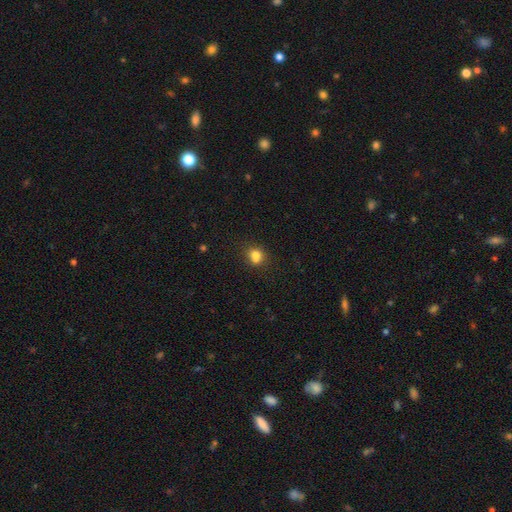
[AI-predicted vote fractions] A smooth galaxy with no disk features (77%) that is round (69%).

Vote fractions:
- Smooth or featured? smooth: 77% / star or artifact: 13% / featured or disk: 11%
- How rounded? round: 69% / in between: 30% / cigar-shaped: 1%
- Merging? none: 52% / merger: 30% / minor disturbance: 14% / major disturbance: 5%